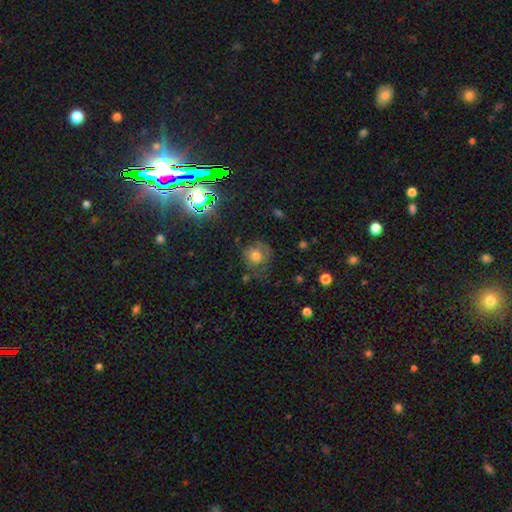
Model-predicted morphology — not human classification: The model was most divided on "merging": none: 60%, minor disturbance: 23%, major disturbance: 14%, merger: 3%. More confident: how rounded — round (86%); smooth or featured — smooth (61%).